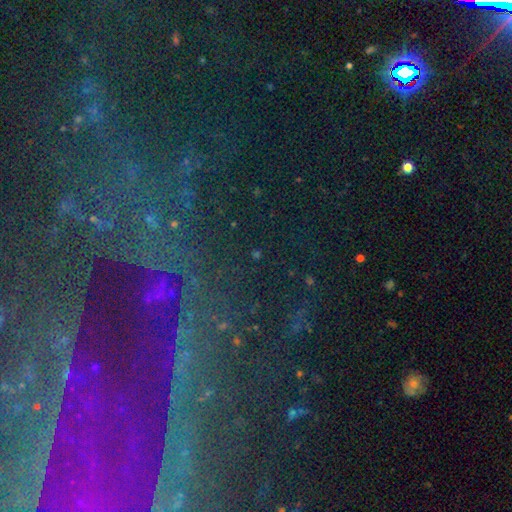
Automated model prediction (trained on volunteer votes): A star or artifact, not a galaxy (67%).